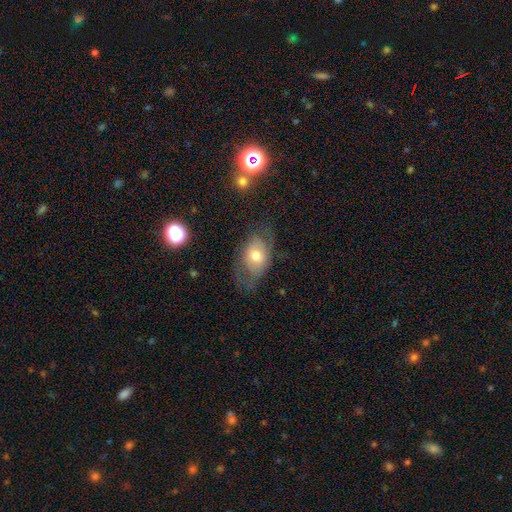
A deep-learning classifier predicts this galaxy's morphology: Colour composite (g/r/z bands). It shows a smooth galaxy with no disk features (55%) that is in between round and cigar-shaped (80%). Merging: none (49%).